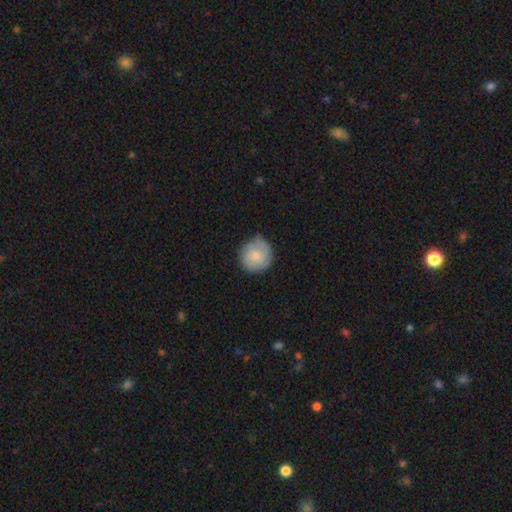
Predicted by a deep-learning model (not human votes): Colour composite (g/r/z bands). It shows a smooth galaxy with no disk features (75%) that is round (93%). Merging: none (68%).